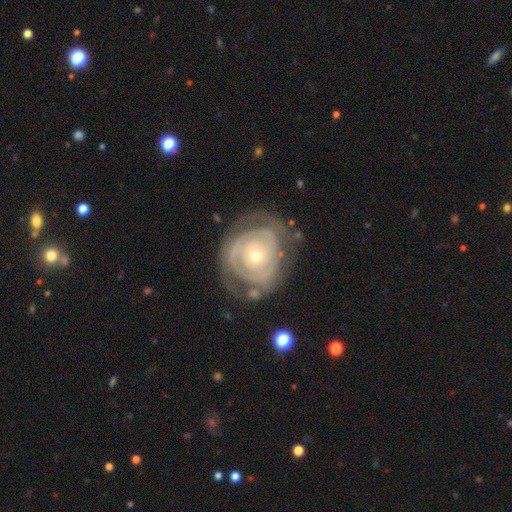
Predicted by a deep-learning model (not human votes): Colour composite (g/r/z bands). It shows a featured or disk galaxy (79%) with no bar (82%), tight (77%) spiral arms (77%) and a small central bulge (70%). Merging: none (63%).